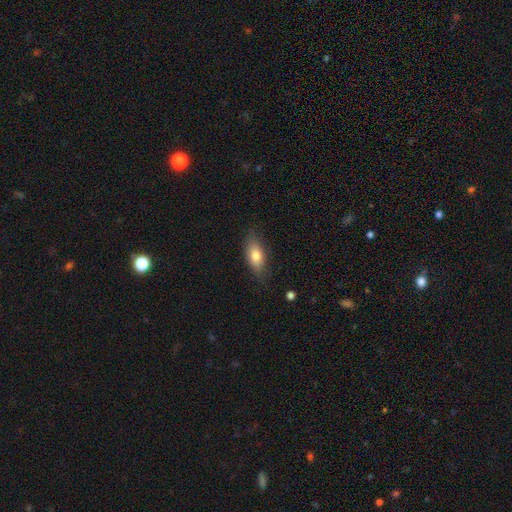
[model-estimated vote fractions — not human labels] smooth_or_featured: smooth (p=0.78) [alt: featured or disk p=0.15]
how_rounded: in between (p=0.83) [alt: cigar-shaped p=0.13]
merging: none (p=0.79) [alt: minor disturbance p=0.16]